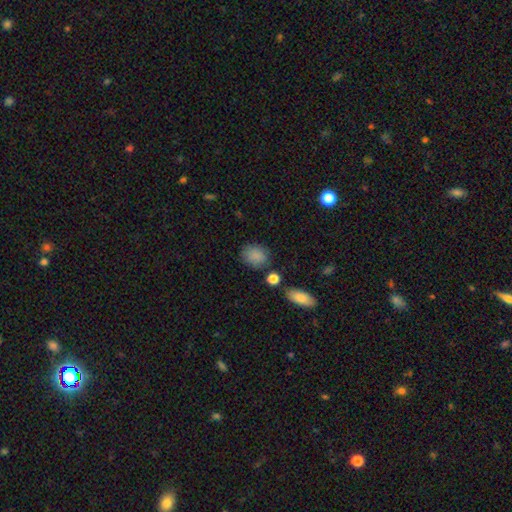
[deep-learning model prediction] smooth-or-featured: smooth: 85% | star or artifact: 9% | featured or disk: 6%
  how-rounded: round: 53% | in between: 46% | cigar-shaped: 1%
  merging: none: 76% | minor disturbance: 15% | merger: 5% | major disturbance: 4%